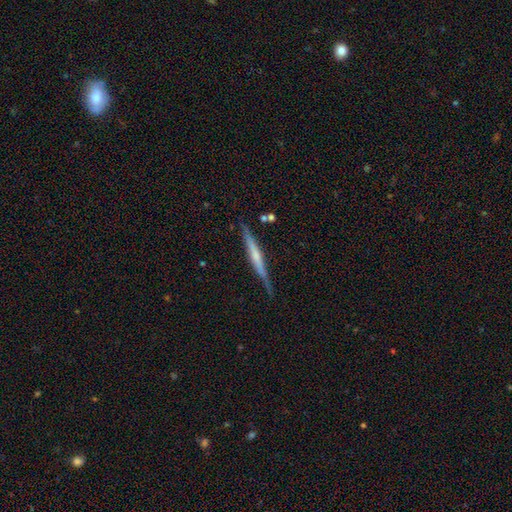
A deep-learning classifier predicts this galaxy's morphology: smooth-or-featured: featured or disk: 63% | smooth: 32% | star or artifact: 5%
  disk-edge-on: yes: 97% | no: 3%
    edge-on-bulge: none: 46% | rounded: 40% | boxy: 13%
  merging: none: 79% | minor disturbance: 16% | major disturbance: 3% | merger: 2%